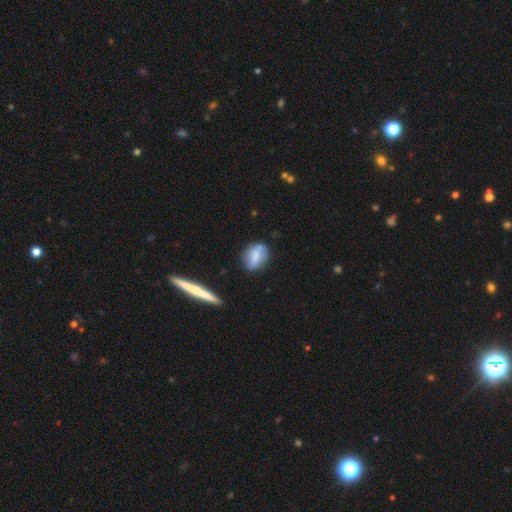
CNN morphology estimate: A smooth galaxy with no disk features (68%) that is in between round and cigar-shaped (74%).

Vote fractions:
- Smooth or featured? smooth: 68% / featured or disk: 24% / star or artifact: 8%
- How rounded? in between: 74% / round: 21% / cigar-shaped: 5%
- Merging? none: 70% / minor disturbance: 21% / major disturbance: 5% / merger: 4%